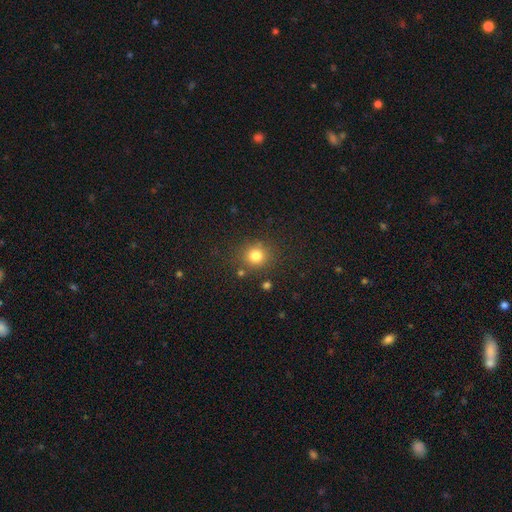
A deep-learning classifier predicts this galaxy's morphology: Smooth or featured? smooth (80%)
How rounded? round (87%)
Merging? none (82%)